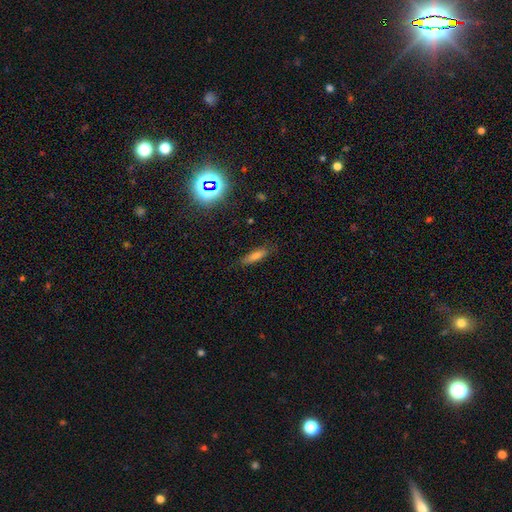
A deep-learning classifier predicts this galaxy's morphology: type=smooth (67%); roundness=cigar-shaped (65%); merging=none (82%).